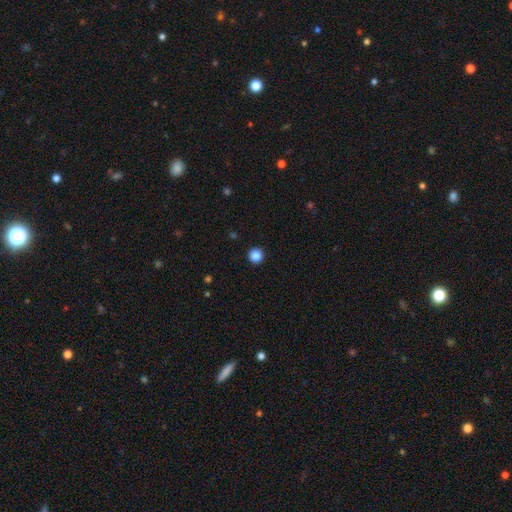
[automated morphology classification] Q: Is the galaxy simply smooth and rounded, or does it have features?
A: smooth — 85%.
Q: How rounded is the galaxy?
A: round — 96%.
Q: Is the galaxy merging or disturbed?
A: none — 94%.